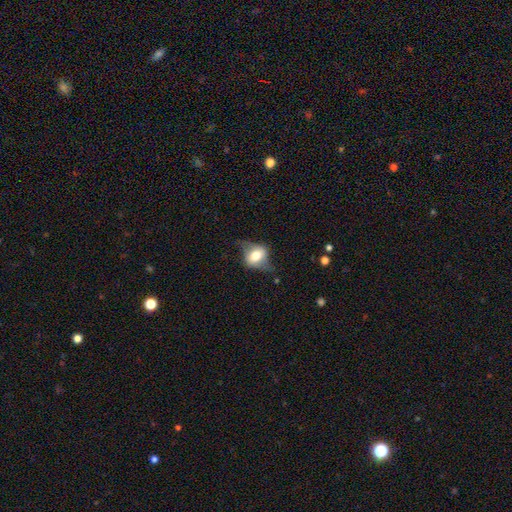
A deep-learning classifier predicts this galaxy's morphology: Smooth or featured? Predicted: smooth (p=0.46, tied with featured or disk). Merging? Predicted: none (p=0.53).